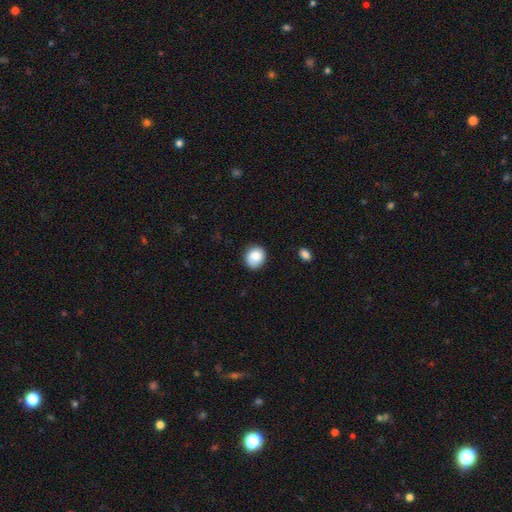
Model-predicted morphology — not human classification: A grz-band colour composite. It shows a smooth galaxy with no disk features (84%) that is round (70%). Merging: none (78%).